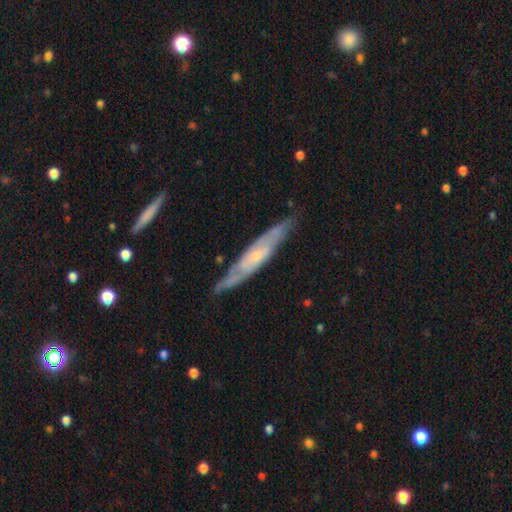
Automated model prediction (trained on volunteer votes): Morphology: type=featured or disk (72%); edge-on=yes (54%); merging=none (76%).